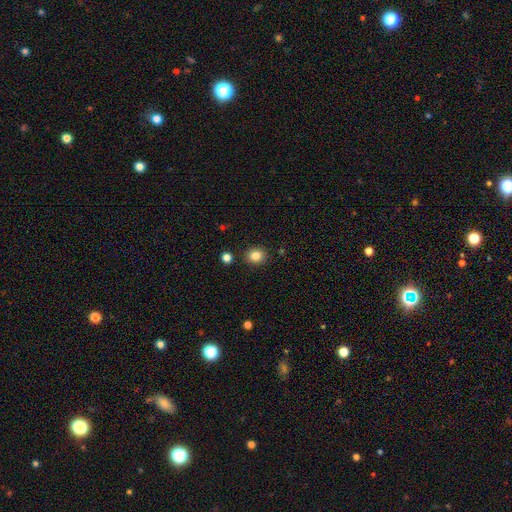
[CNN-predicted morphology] type=smooth (84%); roundness=round (79%); merging=none (88%).